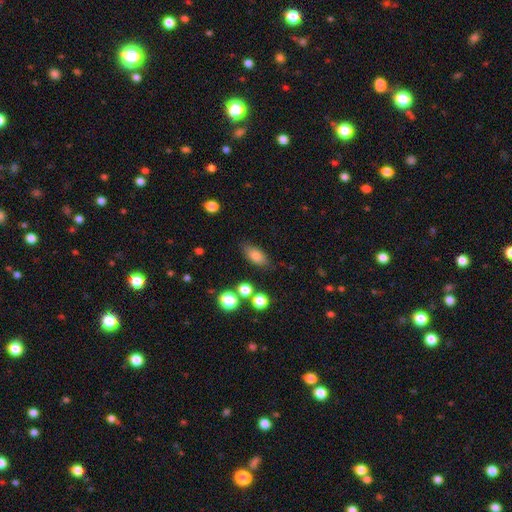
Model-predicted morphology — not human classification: A smooth galaxy with no disk features (80%) that is in between round and cigar-shaped (86%).

Vote fractions:
- Smooth or featured? smooth: 80% / featured or disk: 10% / star or artifact: 10%
- How rounded? in between: 86% / cigar-shaped: 8% / round: 7%
- Merging? none: 80% / minor disturbance: 13% / major disturbance: 4% / merger: 3%